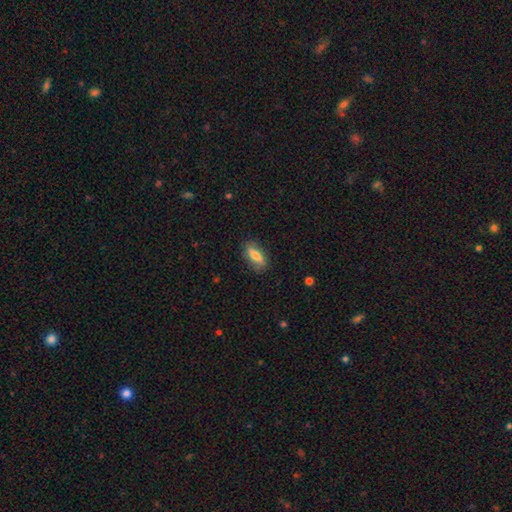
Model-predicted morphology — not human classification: smooth 60%, featured or disk 33%, star or artifact 7%. Down the decision tree: how rounded — in between (74%); merging — none (83%).